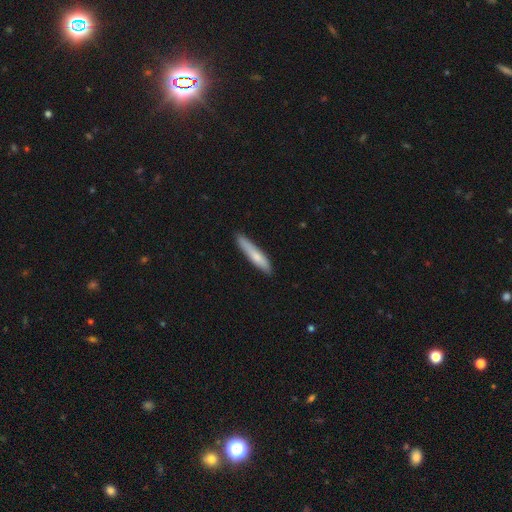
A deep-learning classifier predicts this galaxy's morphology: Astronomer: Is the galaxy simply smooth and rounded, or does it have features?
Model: smooth — 71%.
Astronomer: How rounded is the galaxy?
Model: cigar-shaped — 90%.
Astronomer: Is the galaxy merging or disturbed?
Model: none — 81%.